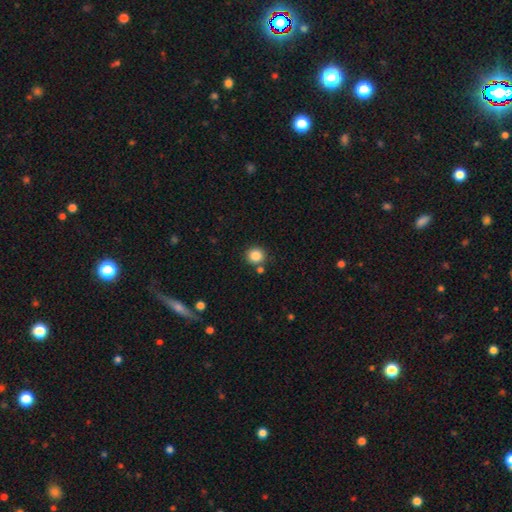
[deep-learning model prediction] Smooth or featured? Predicted: smooth (p=0.86). How rounded? Predicted: round (p=0.91). Merging? Predicted: none (p=0.80).